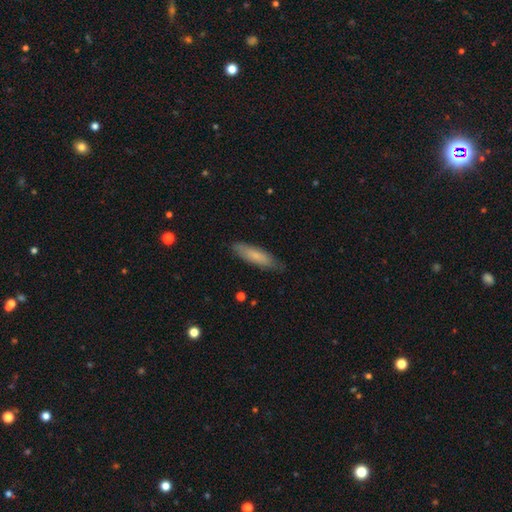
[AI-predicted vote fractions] This is likely a smooth galaxy (76%). How rounded: likely cigar-shaped (65%). Merging: clearly none (83%).